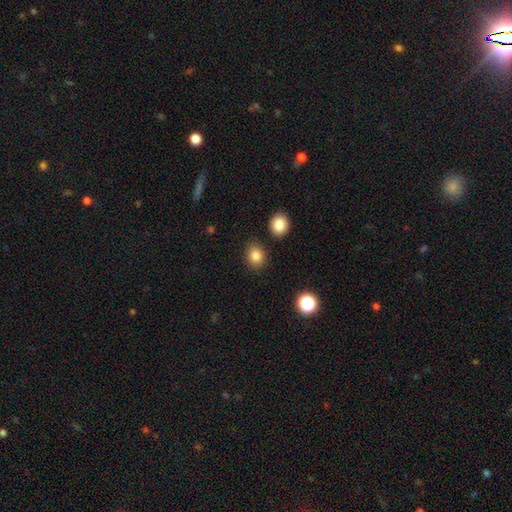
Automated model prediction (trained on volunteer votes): A smooth galaxy with no disk features (84%) that is round (65%).

Vote fractions:
- Smooth or featured? smooth: 84% / star or artifact: 10% / featured or disk: 5%
- How rounded? round: 65% / in between: 34% / cigar-shaped: 1%
- Merging? none: 85% / minor disturbance: 9% / merger: 4% / major disturbance: 3%